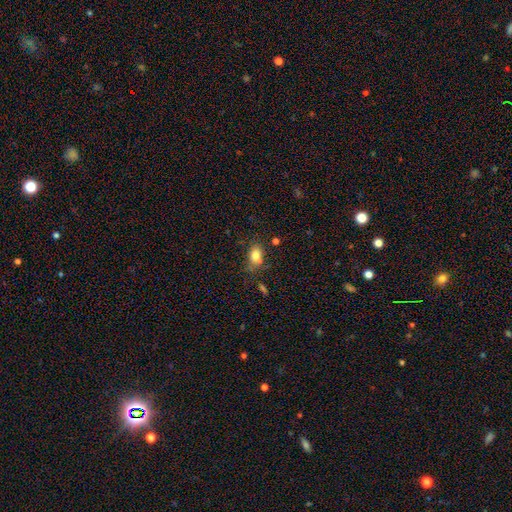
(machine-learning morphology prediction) type=smooth (81%); roundness=in between (77%); merging=none (69%).